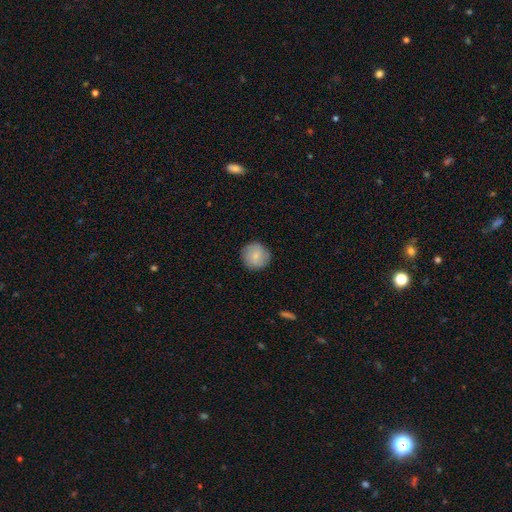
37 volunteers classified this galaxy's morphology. Smooth or featured? smooth (89%)
How rounded? round (97%)
Merging? none (97%)